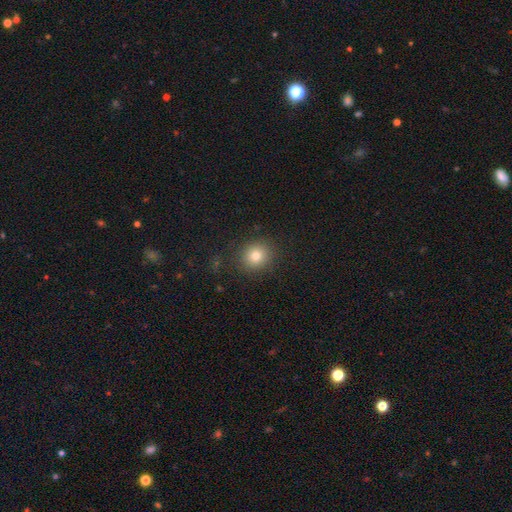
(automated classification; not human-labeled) Overall: smooth (77%). How rounded: round (84%). Merging: none (86%).